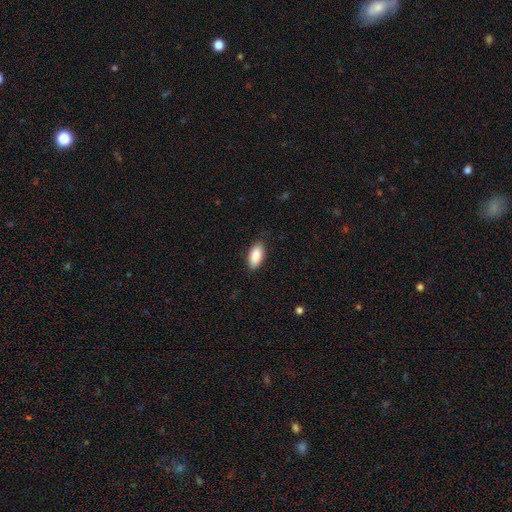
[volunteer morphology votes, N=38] Overall: smooth (89%). How rounded: in between (97%). Merging: none (86%).